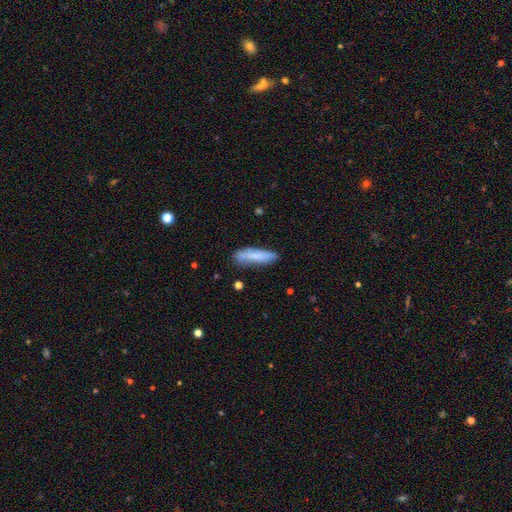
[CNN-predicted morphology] type=smooth (75%); roundness=cigar-shaped (81%); merging=none (77%).